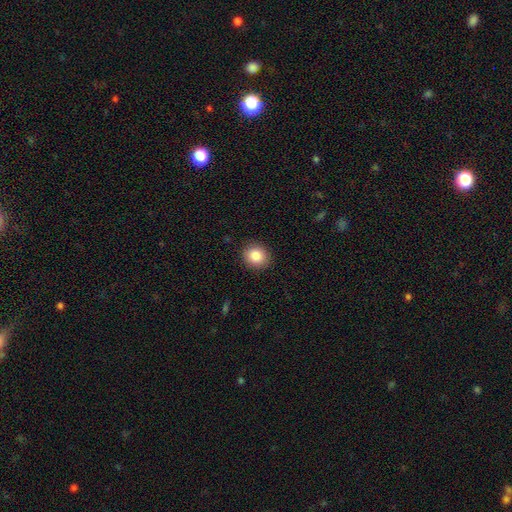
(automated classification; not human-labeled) Q: Smooth or featured?
A: smooth (84%); runner-up: star or artifact (9%)
Q: How rounded?
A: round (80%); runner-up: in between (19%)
Q: Merging?
A: none (90%); runner-up: minor disturbance (7%)